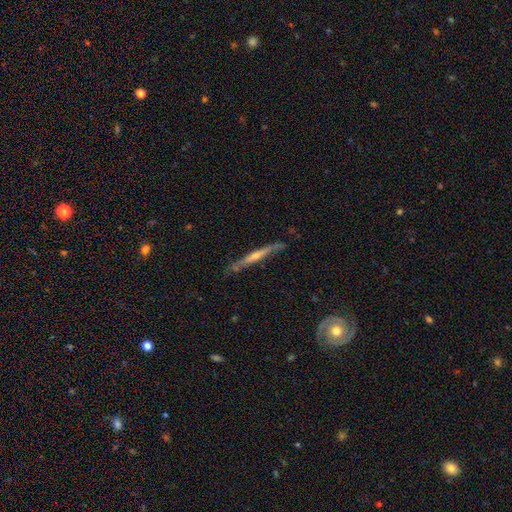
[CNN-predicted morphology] The model was most divided on "edge-on bulge": rounded: 68%, none: 25%, boxy: 7%. More confident: edge-on disk — yes (95%); merging — none (85%); smooth or featured — featured or disk (78%).